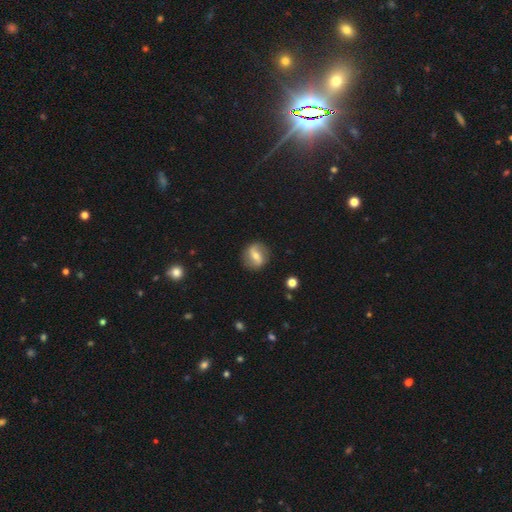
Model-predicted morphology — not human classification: featured or disk 65%, smooth 28%, star or artifact 7%. Down the decision tree: edge-on disk — no (94%); bar — strong (45%); spiral arms — yes (75%); bulge size — moderate (55%); merging — none (85%).